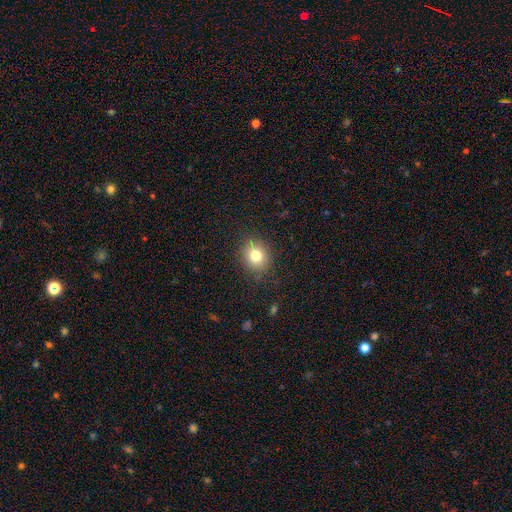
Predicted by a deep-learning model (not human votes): Smooth or featured? smooth (79%)
How rounded? round (74%)
Merging? none (86%)